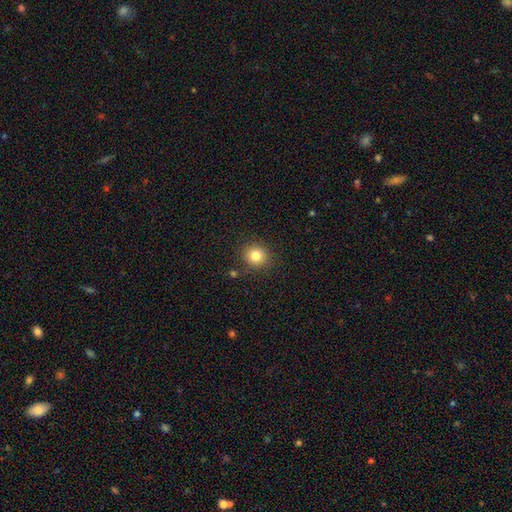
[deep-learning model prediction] This appears to be a smooth galaxy with no disk features (82%) that is round (89%). Merging: none (86%).